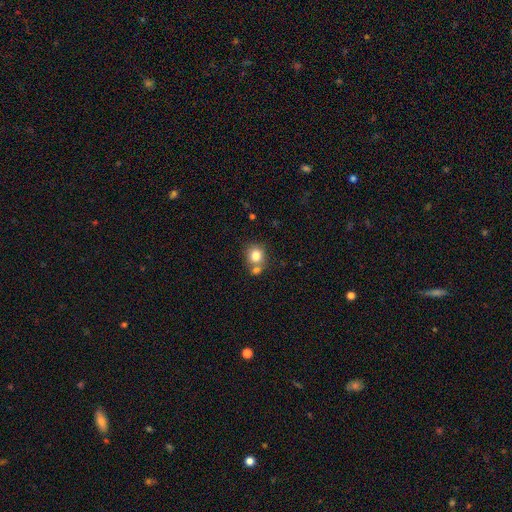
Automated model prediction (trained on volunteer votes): This appears to be a smooth galaxy with no disk features (80%) that is round (82%). Merging: none (54%).